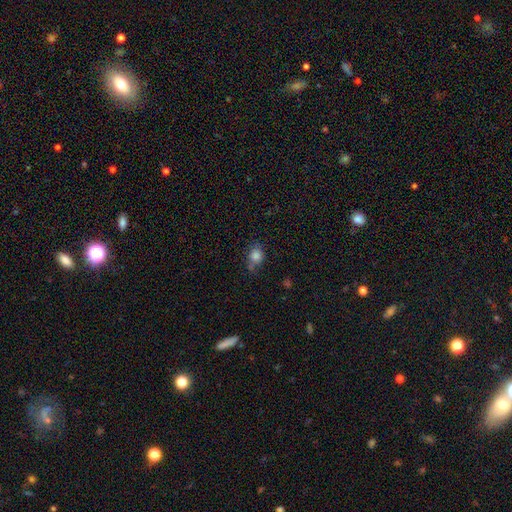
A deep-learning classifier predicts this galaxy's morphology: smooth_or_featured: smooth (p=0.82) [alt: star or artifact p=0.12]
how_rounded: round (p=0.64) [alt: in between p=0.35]
merging: none (p=0.60) [alt: minor disturbance p=0.23]